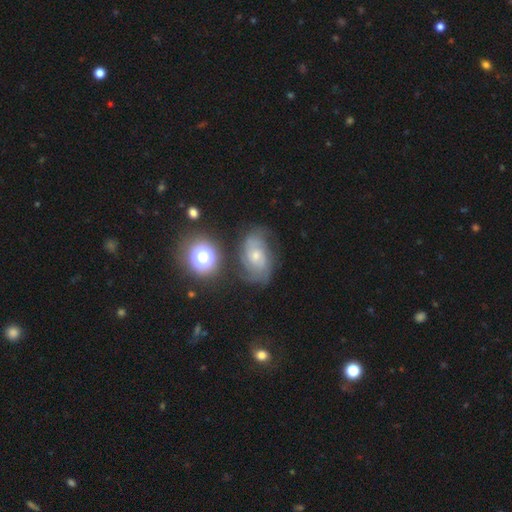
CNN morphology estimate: smooth-or-featured: featured or disk: 69% | smooth: 19% | star or artifact: 12%
  disk-edge-on: no: 96% | yes: 4%
    bar: no: 67% | weak: 28% | strong: 4%
    has-spiral-arms: yes: 90% | no: 10%
      spiral-winding: tight: 45% | medium: 41% | loose: 14%
      spiral-arm-count: 2: 39% | can't tell: 34% | 3: 15% | 4: 4% | 1: 4% | more than 4: 3%
    bulge-size: small: 49% | moderate: 44% | large: 3% | none: 3% | dominant: 1%
  merging: none: 63% | minor disturbance: 22% | major disturbance: 11% | merger: 4%